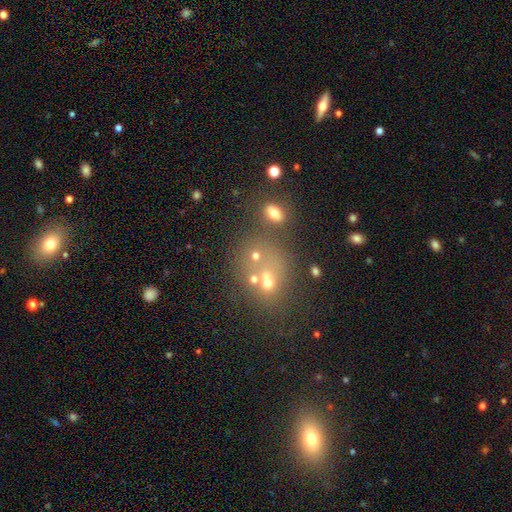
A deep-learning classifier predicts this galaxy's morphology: A smooth galaxy with no disk features (44%). Merging: none (45%).